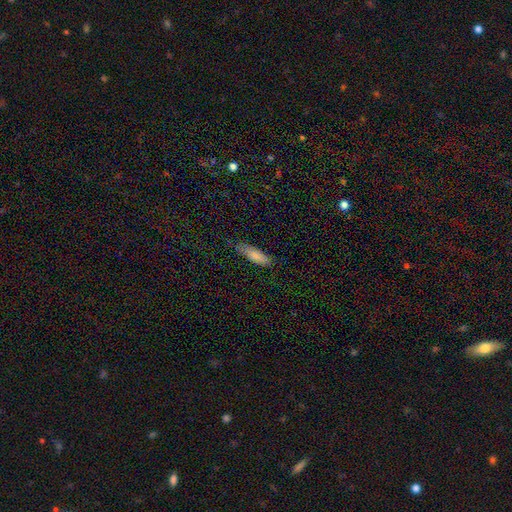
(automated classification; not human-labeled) Smooth or featured: smooth — 83% (featured or disk — 10%)
How rounded: cigar-shaped — 54% (in between — 44%)
Merging: none — 70% (minor disturbance — 24%)